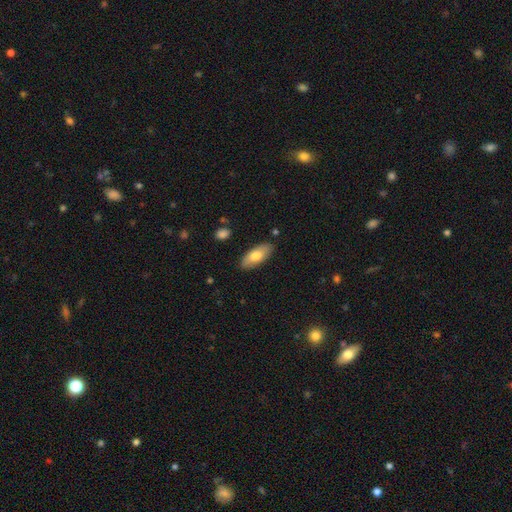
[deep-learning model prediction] This is likely a smooth galaxy (74%). How rounded: clearly in between (84%). Merging: clearly none (85%).